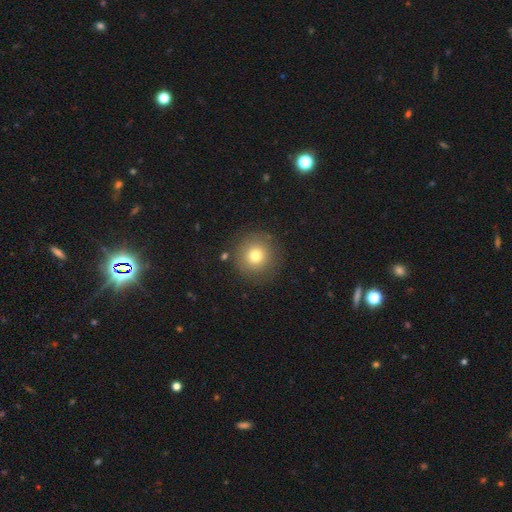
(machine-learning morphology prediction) Q: Smooth or featured?
A: smooth (75%); runner-up: star or artifact (13%)
Q: How rounded?
A: round (95%); runner-up: in between (4%)
Q: Merging?
A: none (87%); runner-up: minor disturbance (8%)